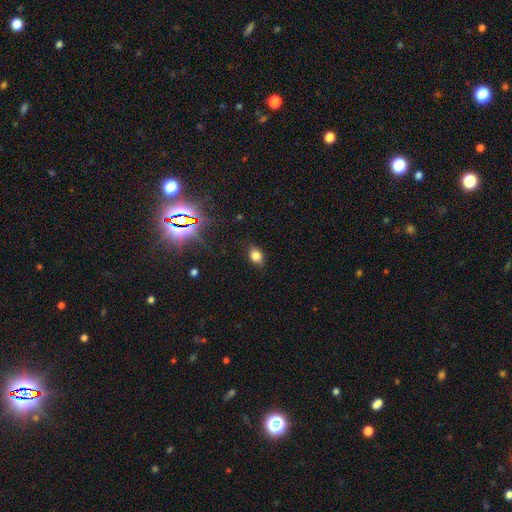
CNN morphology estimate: Overall: smooth (77%). How rounded: in between (73%). Merging: none (84%).